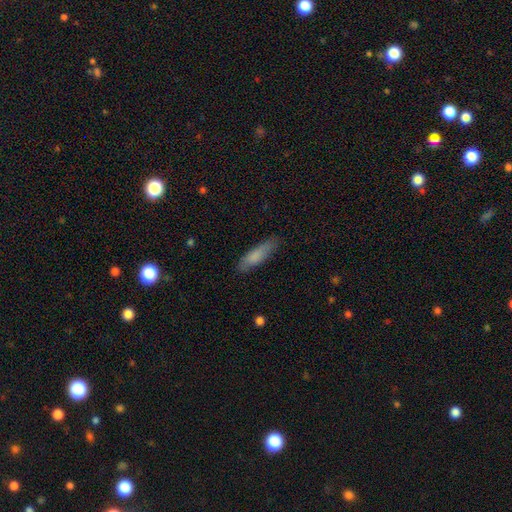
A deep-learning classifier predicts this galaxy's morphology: type=smooth (80%); roundness=cigar-shaped (68%); merging=none (81%).